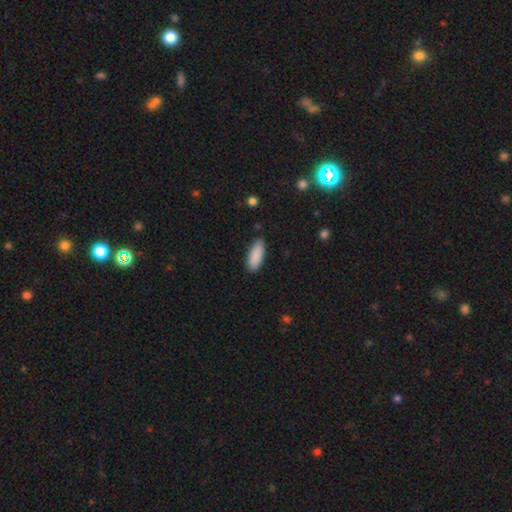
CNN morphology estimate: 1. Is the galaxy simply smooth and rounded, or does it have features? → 90% smooth, 6% star or artifact, 5% featured or disk.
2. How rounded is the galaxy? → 74% in between, 24% cigar-shaped, 2% round.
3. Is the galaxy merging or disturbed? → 85% none, 12% minor disturbance, 2% major disturbance, 1% merger.